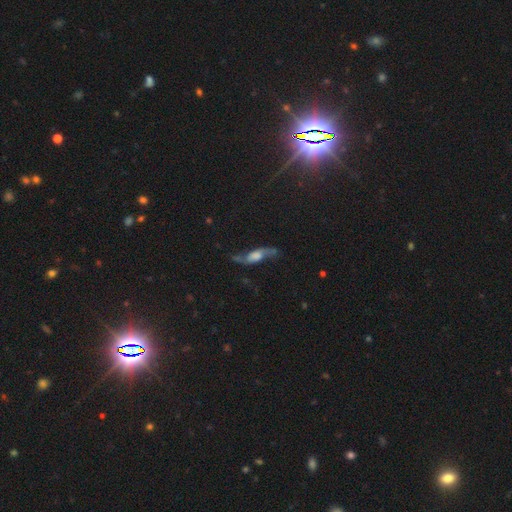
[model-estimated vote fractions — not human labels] The model was most divided on "edge-on disk": no: 65%, yes: 35%. More confident: smooth or featured — featured or disk (66%); merging — none (60%).